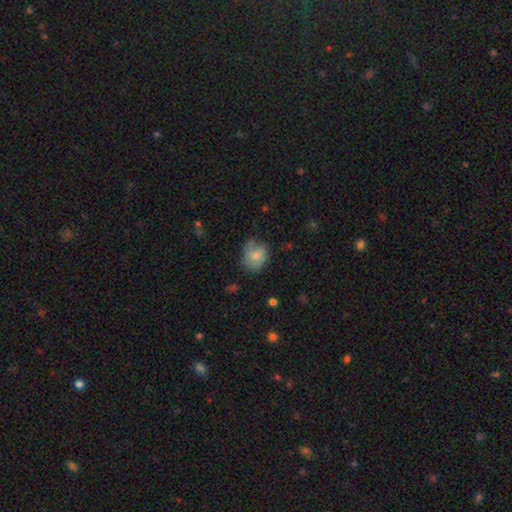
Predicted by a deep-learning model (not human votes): This appears to be a smooth galaxy with no disk features (69%) that is round (63%). Merging: none (58%).